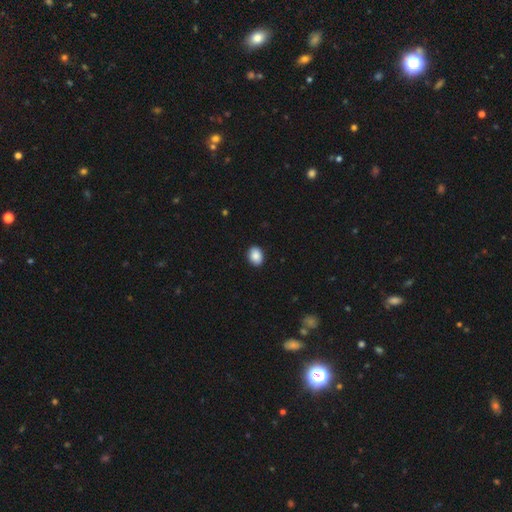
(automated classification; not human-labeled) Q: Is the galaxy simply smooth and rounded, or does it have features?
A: smooth — 89%.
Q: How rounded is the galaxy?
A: in between — 65%.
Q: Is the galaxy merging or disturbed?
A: none — 91%.